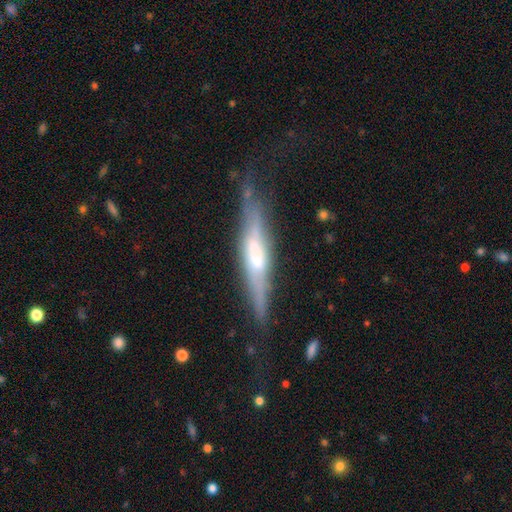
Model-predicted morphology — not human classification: smooth_or_featured: featured or disk (p=0.66) [alt: smooth p=0.27]
disk_edge_on: yes (p=0.88) [alt: no p=0.12]
edge_on_bulge: rounded (p=0.45) [alt: boxy p=0.34]
merging: none (p=0.68) [alt: minor disturbance p=0.21]